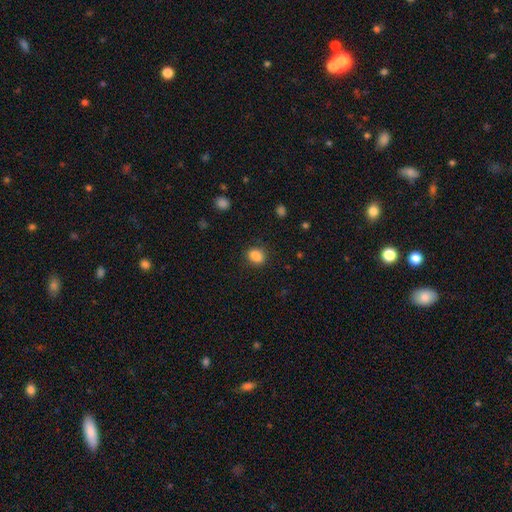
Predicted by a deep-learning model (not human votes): Overall: smooth (87%). How rounded: in between (56%; round 43%). Merging: none (85%).